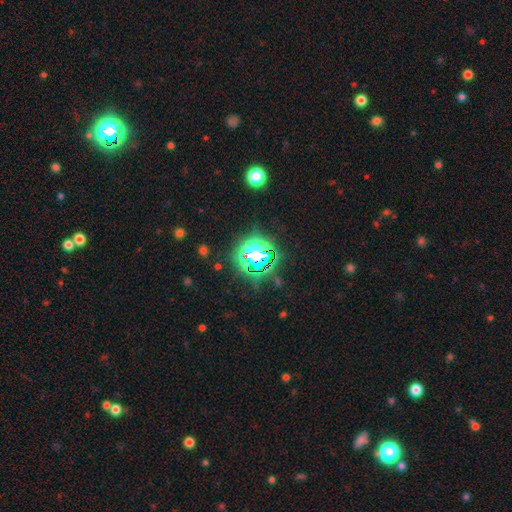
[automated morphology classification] This is likely a star or artifact rather than a galaxy (73%).